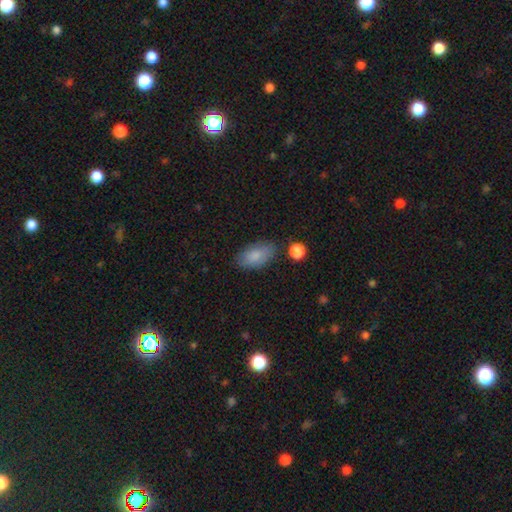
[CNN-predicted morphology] This appears to be a smooth galaxy with no disk features (84%) that is in between round and cigar-shaped (92%). Merging: none (77%).